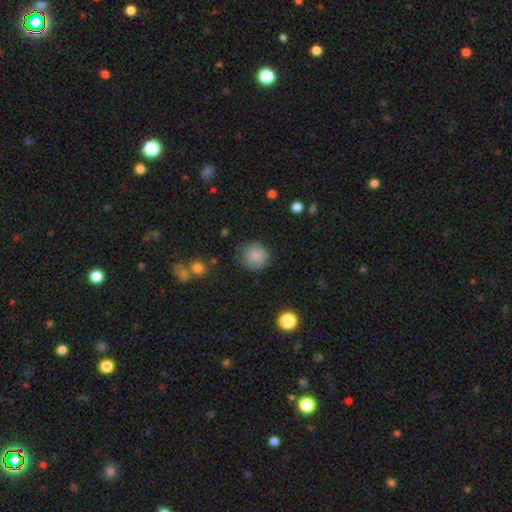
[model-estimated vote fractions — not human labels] A smooth galaxy with no disk features (83%) that is round (90%). Merging: none (79%).